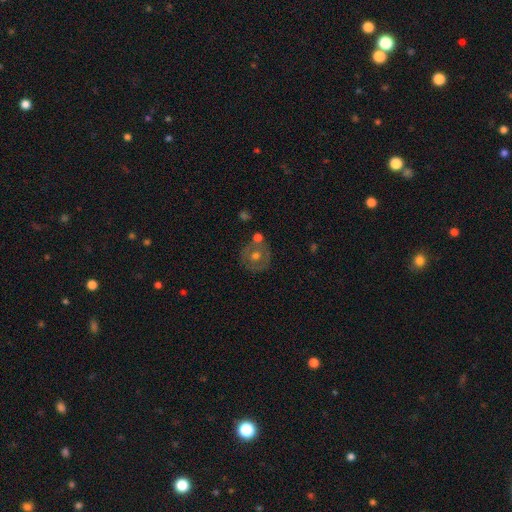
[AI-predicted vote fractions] Smooth or featured? featured or disk (51%)
Edge-on disk? no (96%)
Merging? none (71%)